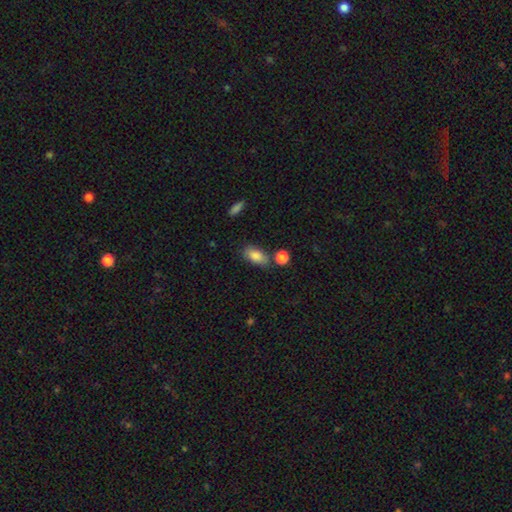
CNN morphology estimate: The model was most divided on "merging": none: 69%, minor disturbance: 16%, merger: 10%, major disturbance: 4%. More confident: how rounded — in between (89%); smooth or featured — smooth (84%).